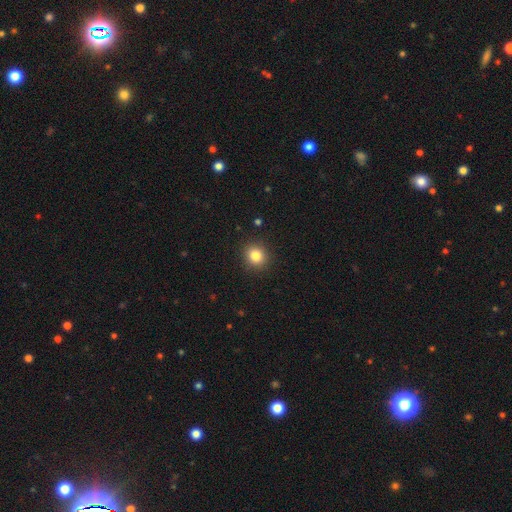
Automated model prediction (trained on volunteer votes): Q: Smooth or featured?
A: smooth (83%); runner-up: star or artifact (11%)
Q: How rounded?
A: round (84%); runner-up: in between (15%)
Q: Merging?
A: none (91%); runner-up: minor disturbance (6%)